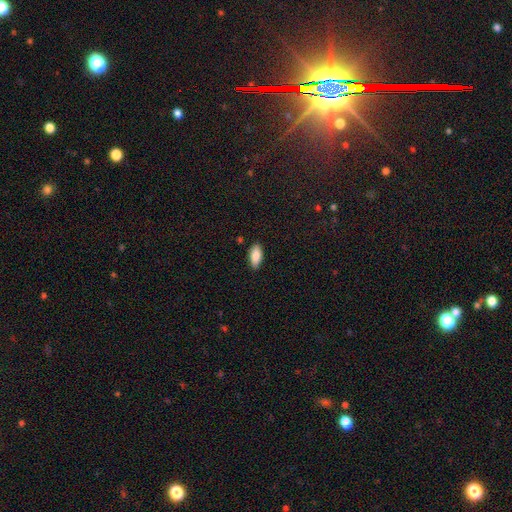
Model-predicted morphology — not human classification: Smooth or featured? Predicted: smooth (p=0.87). How rounded? Predicted: in between (p=0.87). Merging? Predicted: none (p=0.87).